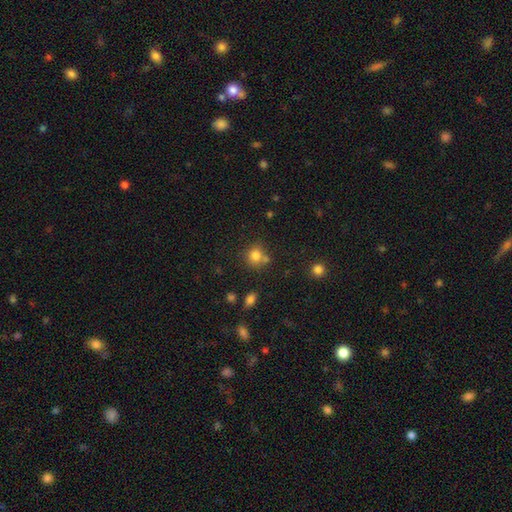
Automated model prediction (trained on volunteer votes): This appears to be a smooth galaxy with no disk features (79%) that is round (82%). Merging: none (63%).